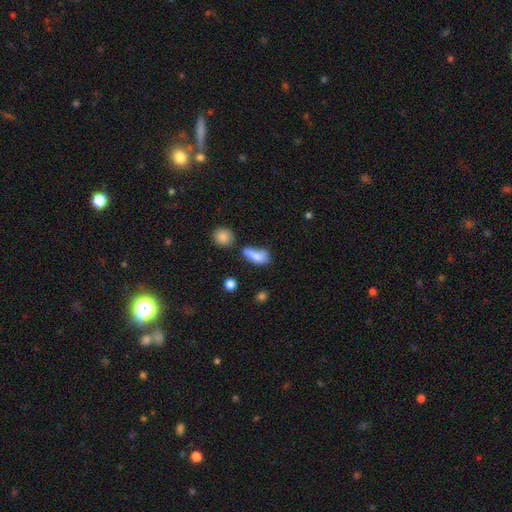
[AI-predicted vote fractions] Smooth or featured? Predicted: smooth (p=0.74). How rounded? Predicted: in between (p=0.69). Merging? Predicted: none (p=0.36).